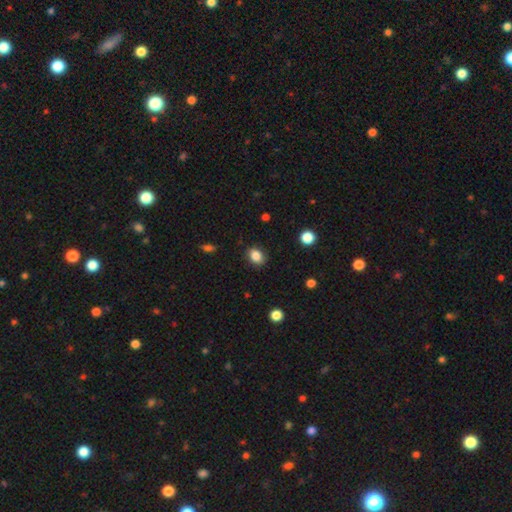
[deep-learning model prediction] smooth-or-featured: smooth: 85% | star or artifact: 10% | featured or disk: 5%
  how-rounded: in between: 59% | round: 40% | cigar-shaped: 1%
  merging: none: 85% | minor disturbance: 11% | major disturbance: 3% | merger: 1%